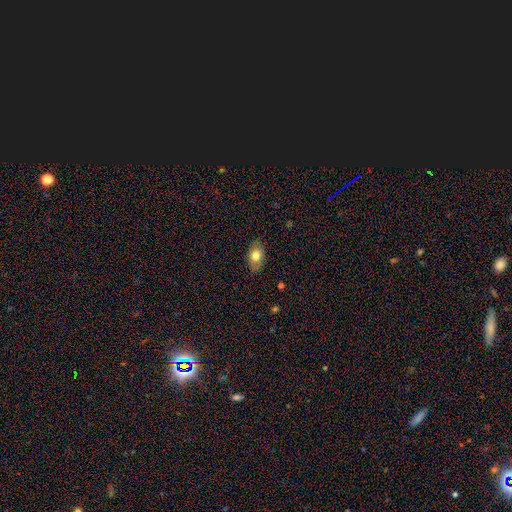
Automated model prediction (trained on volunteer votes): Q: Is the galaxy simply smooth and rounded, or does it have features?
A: smooth — 76%.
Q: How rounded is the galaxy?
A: in between — 89%.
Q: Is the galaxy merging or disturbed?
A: none — 84%.